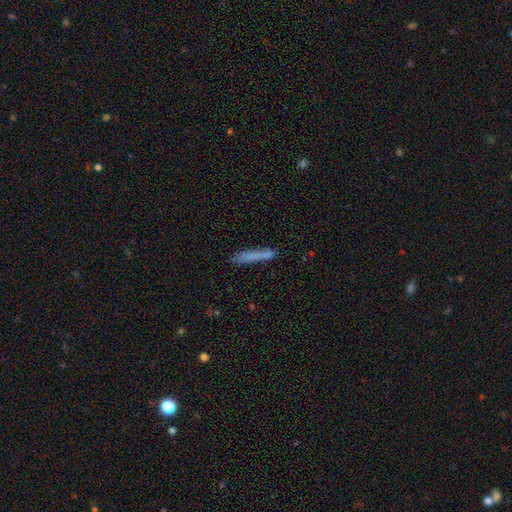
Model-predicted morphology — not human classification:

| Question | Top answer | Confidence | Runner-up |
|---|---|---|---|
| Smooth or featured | smooth | 73% | featured or disk (19%) |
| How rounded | cigar-shaped | 95% | in between (4%) |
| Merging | none | 82% | minor disturbance (13%) |